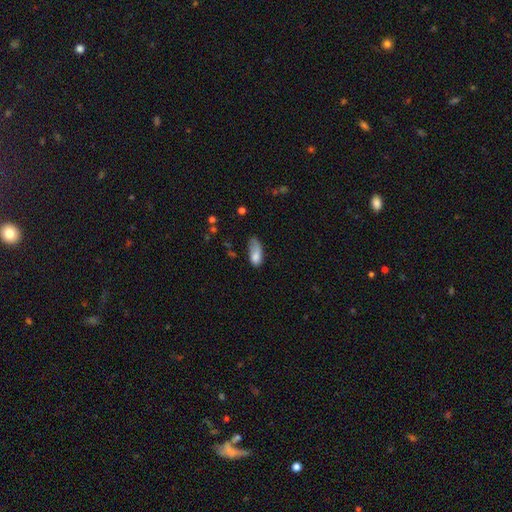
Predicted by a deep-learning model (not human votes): A smooth galaxy with no disk features (77%) that is in between round and cigar-shaped (86%). Merging: minor disturbance (38%).